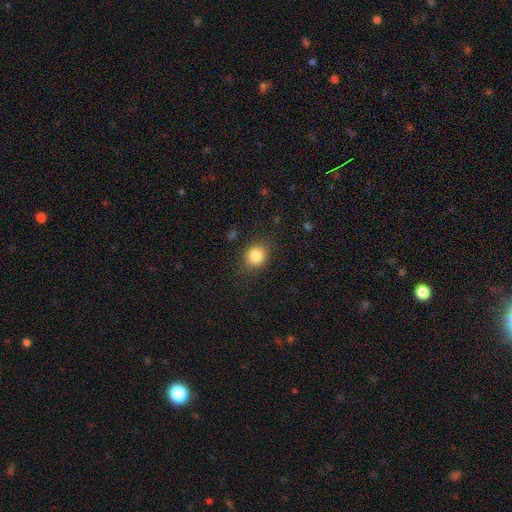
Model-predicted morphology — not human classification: Smooth or featured?
  - smooth: 83% *
  - star or artifact: 11%
  - featured or disk: 7%
How rounded?
  - round: 69% *
  - in between: 30%
  - cigar-shaped: 1%
Merging?
  - none: 87% *
  - minor disturbance: 9%
  - major disturbance: 3%
  - merger: 1%